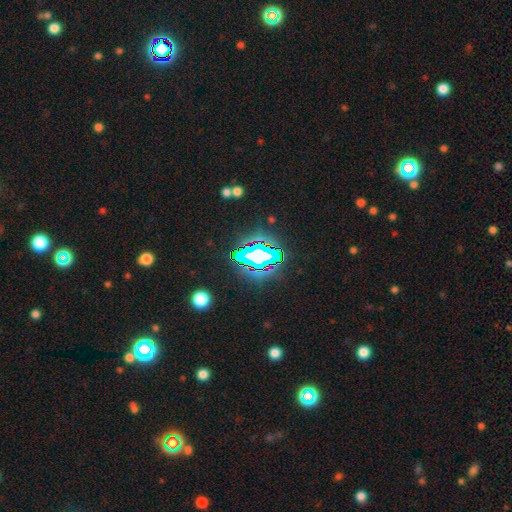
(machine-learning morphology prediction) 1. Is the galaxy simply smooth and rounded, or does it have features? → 66% star or artifact, 17% featured or disk, 17% smooth.